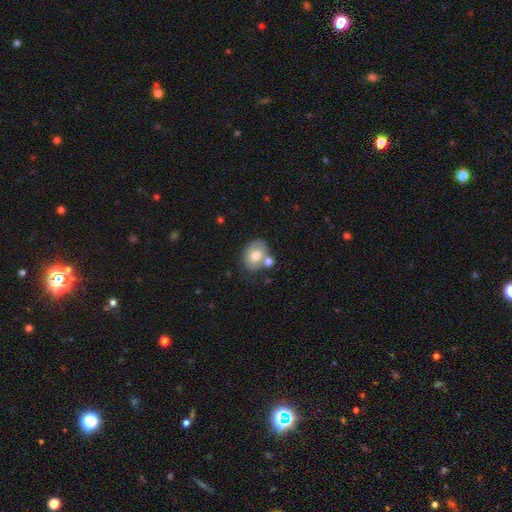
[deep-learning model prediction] Smooth or featured?
  - smooth: 67% *
  - featured or disk: 25%
  - star or artifact: 8%
How rounded?
  - in between: 57% *
  - round: 42%
  - cigar-shaped: 1%
Merging?
  - none: 54% *
  - merger: 25%
  - minor disturbance: 16%
  - major disturbance: 5%